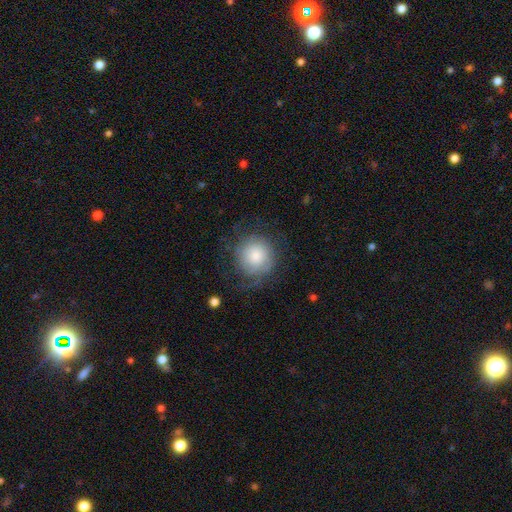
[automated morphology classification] This is likely a smooth galaxy (61%). How rounded: clearly round (90%). Merging: likely none (63%).